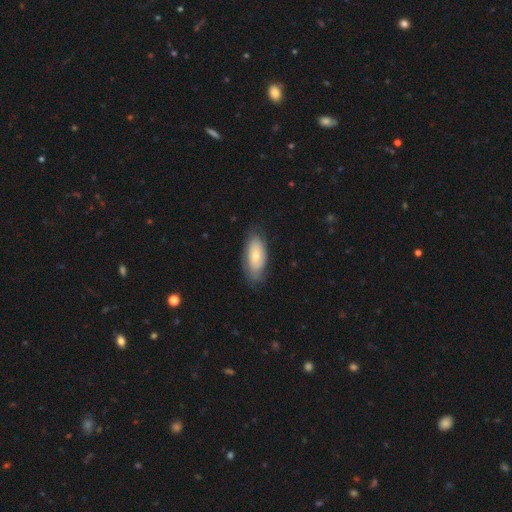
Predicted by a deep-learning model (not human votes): Overall: smooth (62%; featured or disk 31%). How rounded: in between (88%). Merging: none (71%).